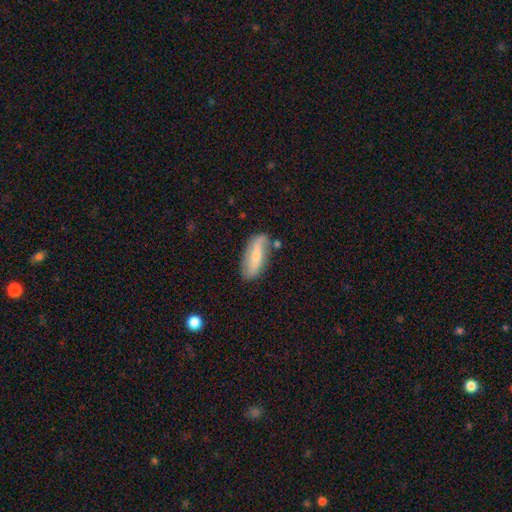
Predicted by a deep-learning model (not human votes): Overall: smooth (48%; featured or disk 46%). Merging: none (69%).